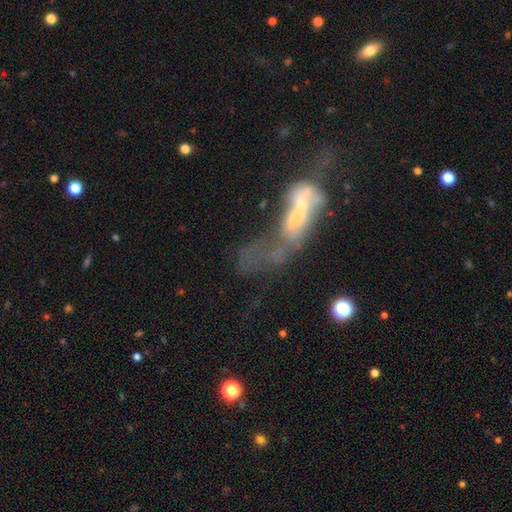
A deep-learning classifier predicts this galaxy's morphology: Smooth or featured? Predicted: featured or disk (p=0.53). Edge-on disk? Predicted: no (p=0.86). Merging? Predicted: major disturbance (p=0.40).